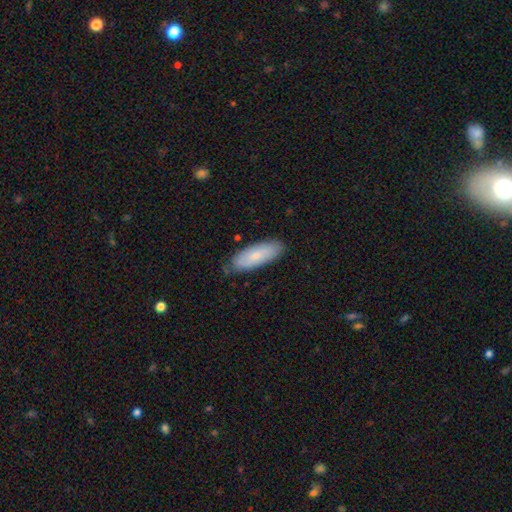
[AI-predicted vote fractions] Smooth or featured? smooth (79%)
How rounded? in between (69%)
Merging? none (80%)